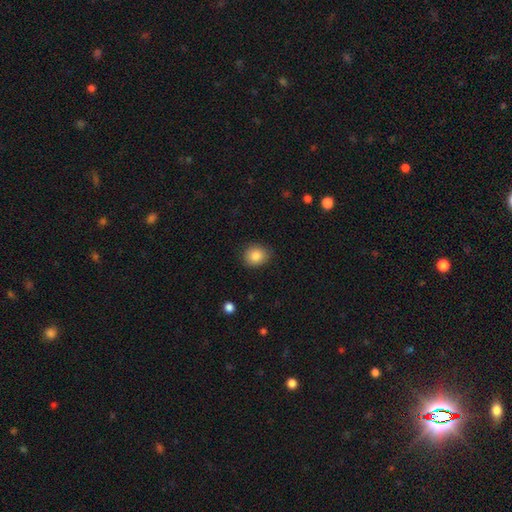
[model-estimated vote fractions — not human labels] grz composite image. It shows a smooth galaxy with no disk features (85%) that is round (65%). Merging: none (86%).